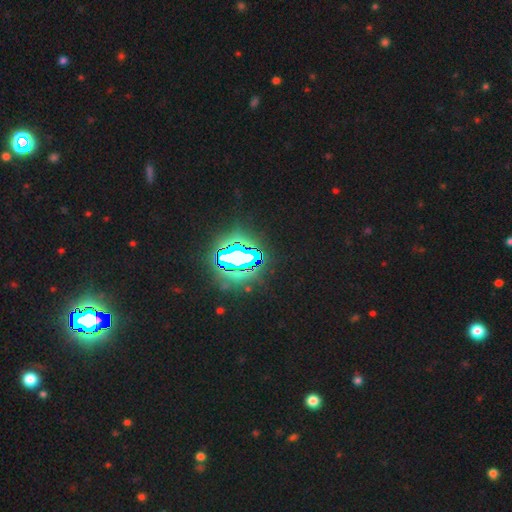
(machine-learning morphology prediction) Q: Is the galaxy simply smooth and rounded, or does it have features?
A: star or artifact — 79%.